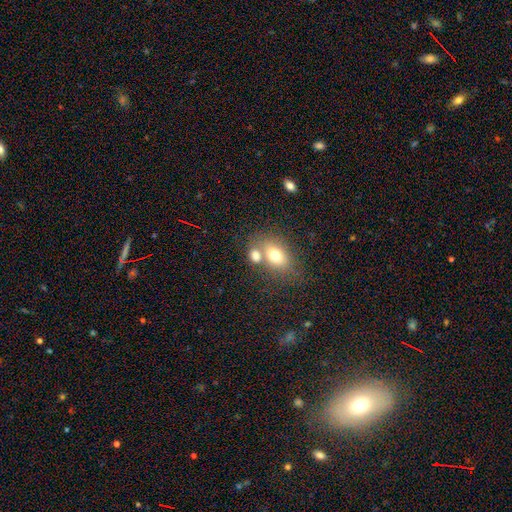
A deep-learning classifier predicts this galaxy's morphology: type=smooth (73%); roundness=in between (72%); merging=merger (45%).